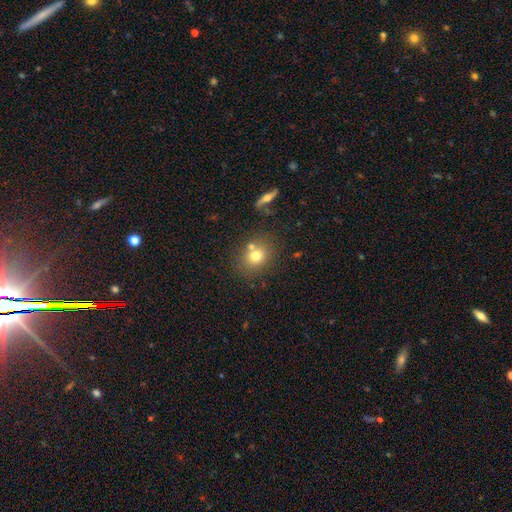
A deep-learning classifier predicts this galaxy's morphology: smooth_or_featured: smooth (p=0.72) [alt: featured or disk p=0.15]
how_rounded: round (p=0.67) [alt: in between p=0.32]
merging: none (p=0.65) [alt: merger p=0.19]